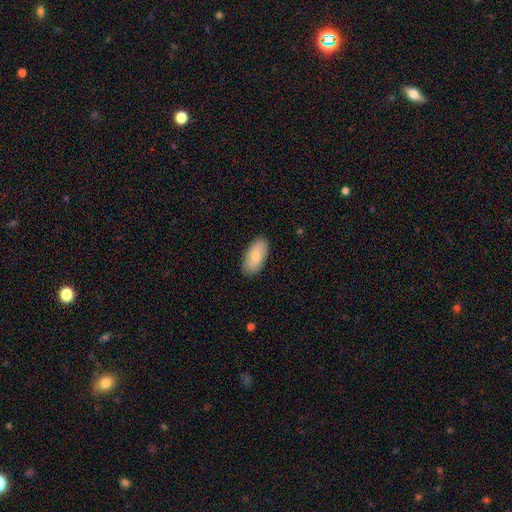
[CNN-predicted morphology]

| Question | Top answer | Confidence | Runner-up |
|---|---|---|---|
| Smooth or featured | smooth | 76% | featured or disk (18%) |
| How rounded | in between | 94% | cigar-shaped (4%) |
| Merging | none | 87% | minor disturbance (10%) |